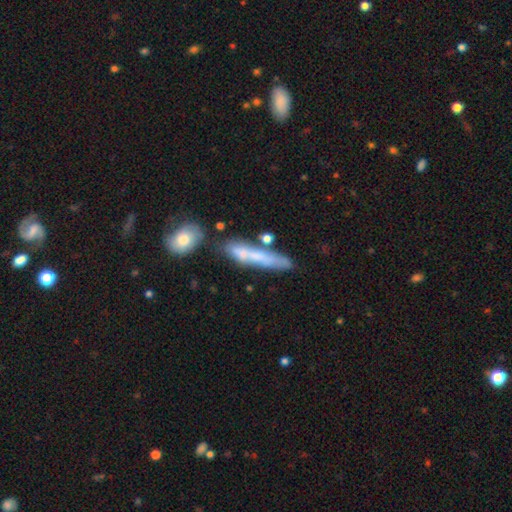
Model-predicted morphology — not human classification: A smooth galaxy with no disk features (56%) that is cigar-shaped (89%). Merging: none (63%).